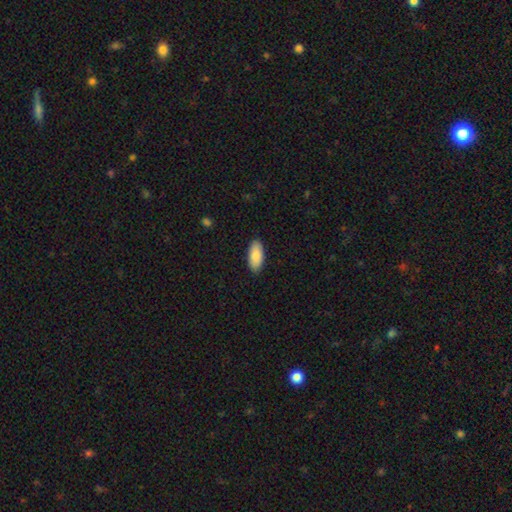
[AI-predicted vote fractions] smooth_or_featured: smooth (p=0.87) [alt: featured or disk p=0.07]
how_rounded: in between (p=0.91) [alt: cigar-shaped p=0.08]
merging: none (p=0.89) [alt: minor disturbance p=0.09]